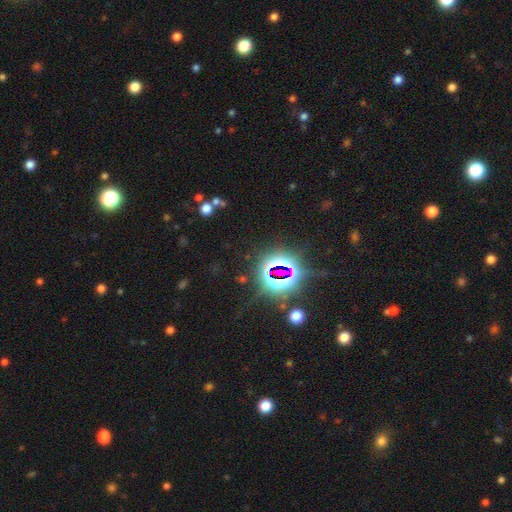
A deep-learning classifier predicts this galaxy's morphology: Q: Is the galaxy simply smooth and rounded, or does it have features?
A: star or artifact — 83%.